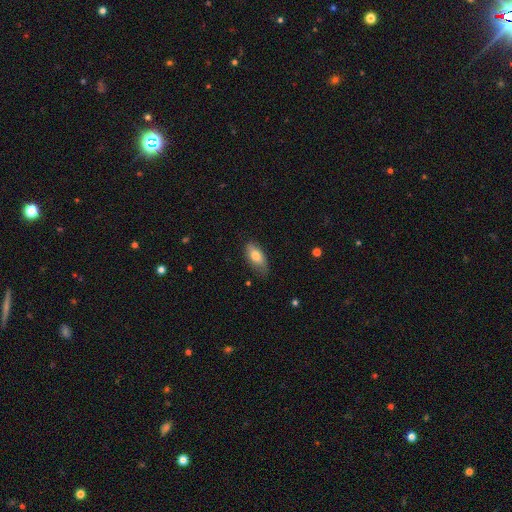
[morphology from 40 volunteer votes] A smooth galaxy with no disk features (85%) that is in between round and cigar-shaped (88%). Merging: none (78%).